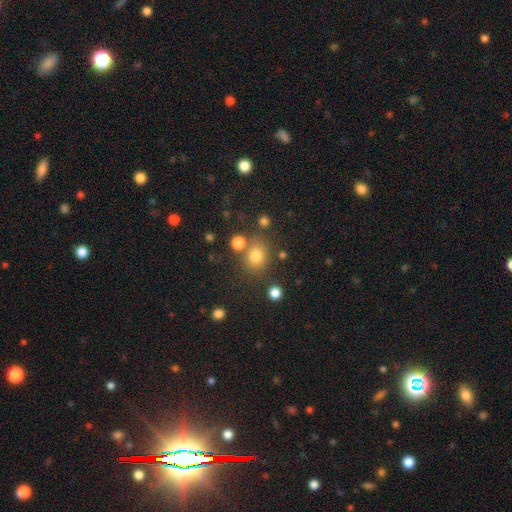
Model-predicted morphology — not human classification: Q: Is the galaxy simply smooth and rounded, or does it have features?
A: smooth — 75%.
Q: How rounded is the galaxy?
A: round — 75%.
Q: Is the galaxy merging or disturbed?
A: none — 75%.